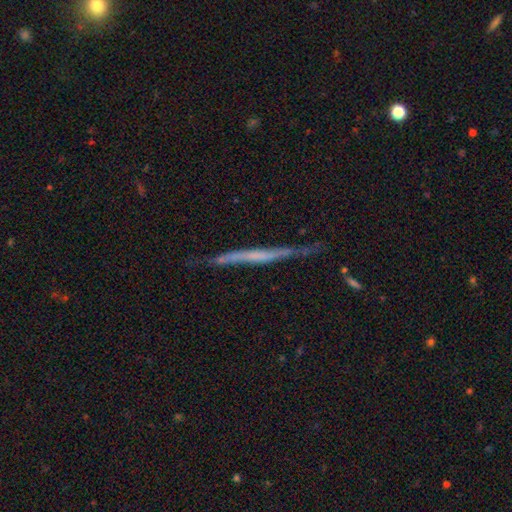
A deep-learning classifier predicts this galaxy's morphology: The model was most divided on "smooth or featured": featured or disk: 65%, smooth: 27%, star or artifact: 8%. More confident: edge-on disk — yes (94%); edge-on bulge — none (77%); merging — none (73%).